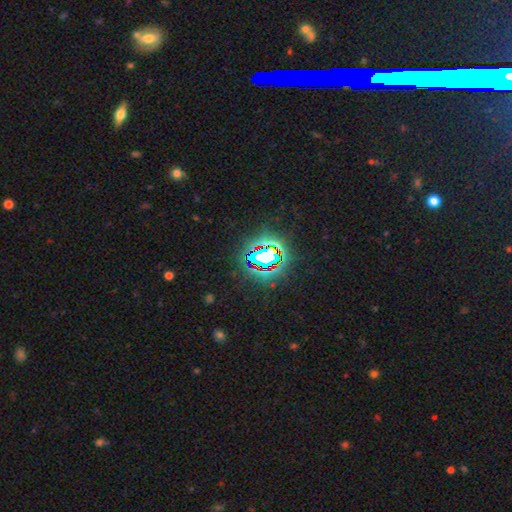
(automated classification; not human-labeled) This is clearly a star or artifact rather than a galaxy (81%).